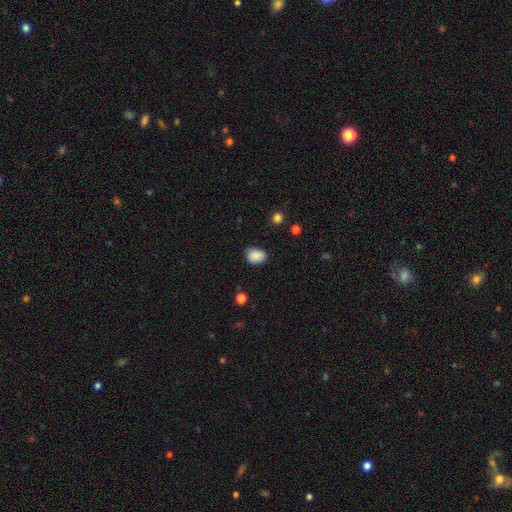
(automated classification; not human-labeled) Morphology: type=smooth (86%); roundness=in between (64%); merging=none (78%).